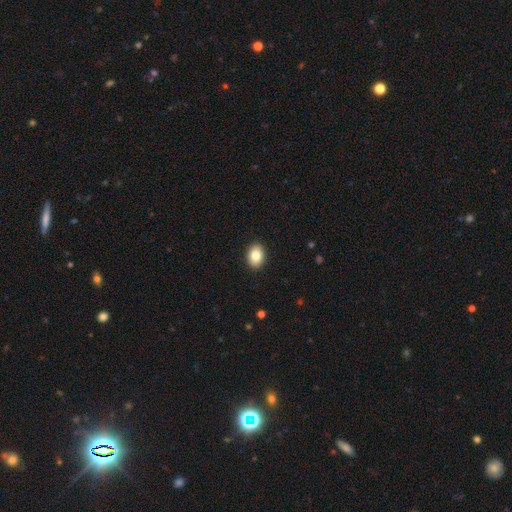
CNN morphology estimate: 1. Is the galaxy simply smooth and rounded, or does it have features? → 84% smooth, 9% featured or disk, 8% star or artifact.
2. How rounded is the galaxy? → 74% in between, 25% round, 1% cigar-shaped.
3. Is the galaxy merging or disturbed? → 91% none, 7% minor disturbance, 2% major disturbance, 1% merger.